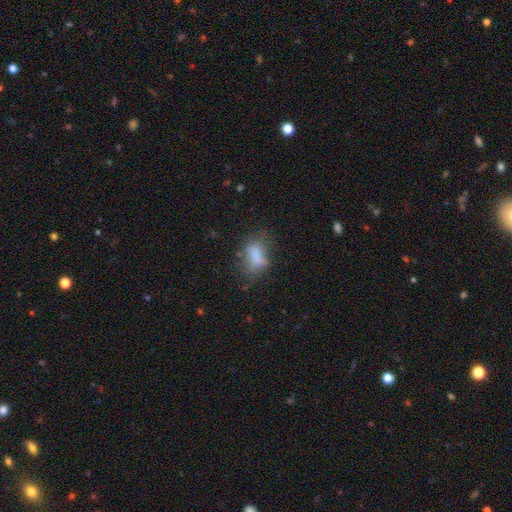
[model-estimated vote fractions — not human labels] smooth_or_featured: smooth (p=0.72) [alt: featured or disk p=0.16]
how_rounded: in between (p=0.85) [alt: round p=0.10]
merging: none (p=0.43) [alt: minor disturbance p=0.29]